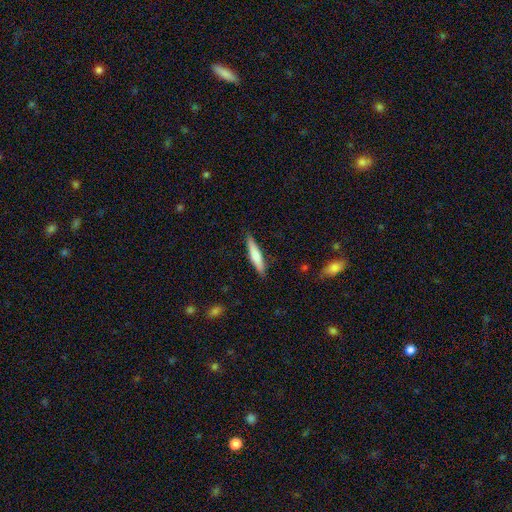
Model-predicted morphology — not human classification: Overall: smooth (69%). How rounded: cigar-shaped (86%). Merging: none (88%).